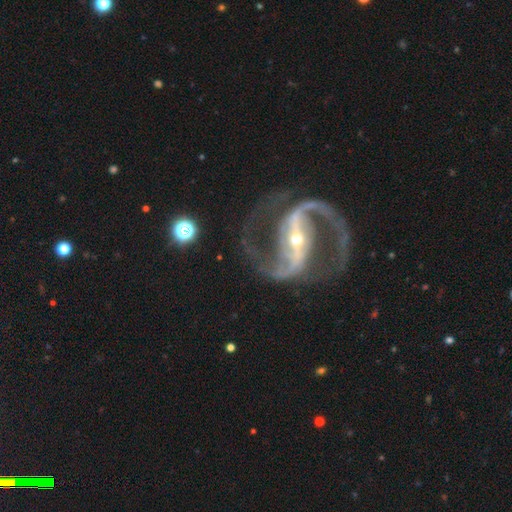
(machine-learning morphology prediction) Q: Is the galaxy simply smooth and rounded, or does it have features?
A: featured or disk — 93%.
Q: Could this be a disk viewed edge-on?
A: no — 97%.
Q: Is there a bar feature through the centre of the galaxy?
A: strong — 76%.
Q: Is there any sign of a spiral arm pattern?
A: yes — 98%.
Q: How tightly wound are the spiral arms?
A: medium — 63%.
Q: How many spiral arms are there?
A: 2 — 94%.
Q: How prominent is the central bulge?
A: small — 70%.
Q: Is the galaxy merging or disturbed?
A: none — 79%.